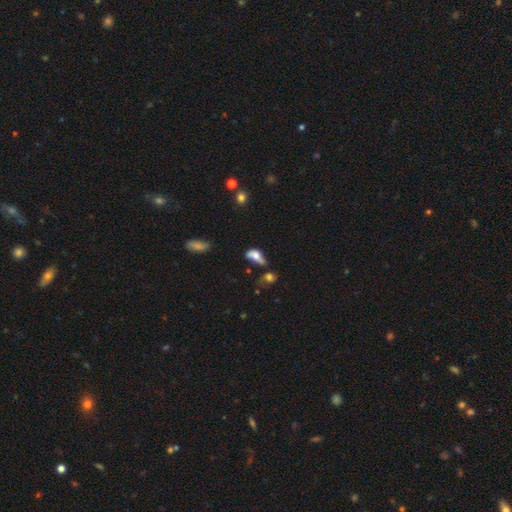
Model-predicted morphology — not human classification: Overall: smooth (63%; featured or disk 27%). How rounded: in between (85%). Merging: minor disturbance (28%; none 25%).